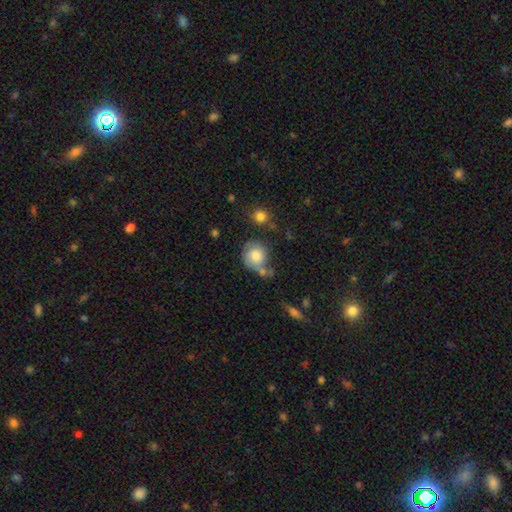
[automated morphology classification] A smooth galaxy with no disk features (68%) that is round (83%).

Vote fractions:
- Smooth or featured? smooth: 68% / featured or disk: 24% / star or artifact: 8%
- How rounded? round: 83% / in between: 16% / cigar-shaped: 1%
- Merging? none: 43% / minor disturbance: 23% / merger: 20% / major disturbance: 14%